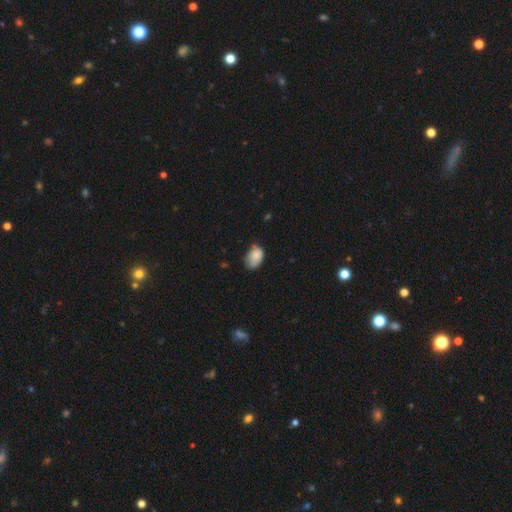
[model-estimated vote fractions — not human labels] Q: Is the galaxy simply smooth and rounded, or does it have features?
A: smooth — 80%.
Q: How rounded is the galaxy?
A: in between — 84%.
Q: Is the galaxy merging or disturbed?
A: none — 45%.